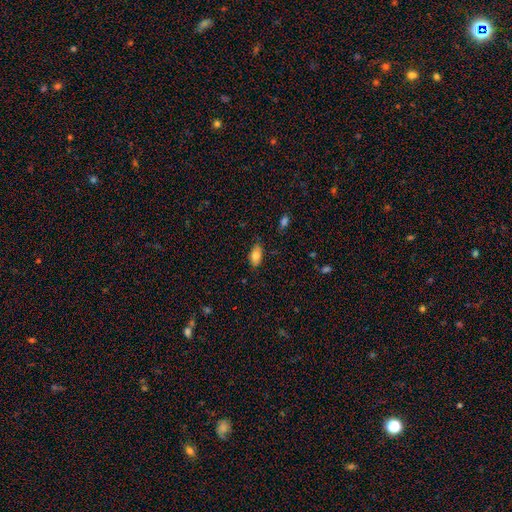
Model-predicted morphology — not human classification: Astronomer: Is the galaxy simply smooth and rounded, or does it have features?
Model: smooth — 79%.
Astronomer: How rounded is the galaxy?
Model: in between — 90%.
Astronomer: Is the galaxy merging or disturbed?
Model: none — 82%.